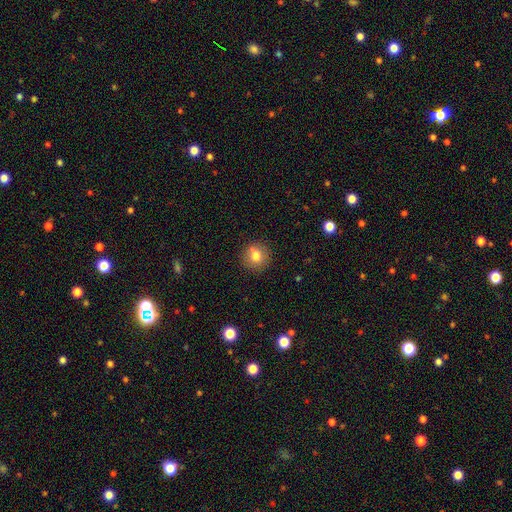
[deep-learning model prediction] Smooth or featured: smooth — 77% (featured or disk — 12%)
How rounded: round — 88% (in between — 11%)
Merging: none — 86% (minor disturbance — 9%)